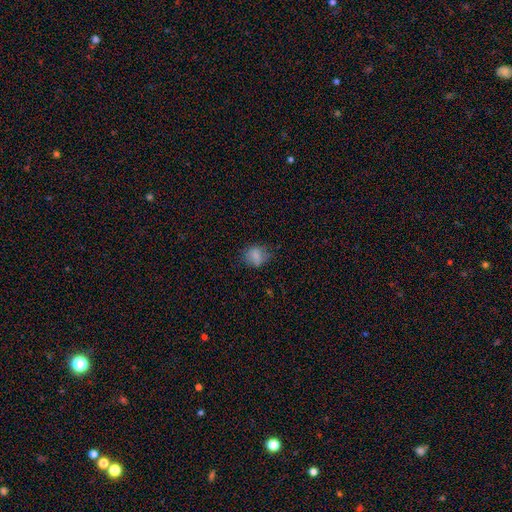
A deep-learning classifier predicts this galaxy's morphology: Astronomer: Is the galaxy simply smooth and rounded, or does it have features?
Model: smooth — 79%.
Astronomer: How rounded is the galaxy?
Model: round — 57% (runner-up: in between, 42%).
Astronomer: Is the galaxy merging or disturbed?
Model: none — 68%.